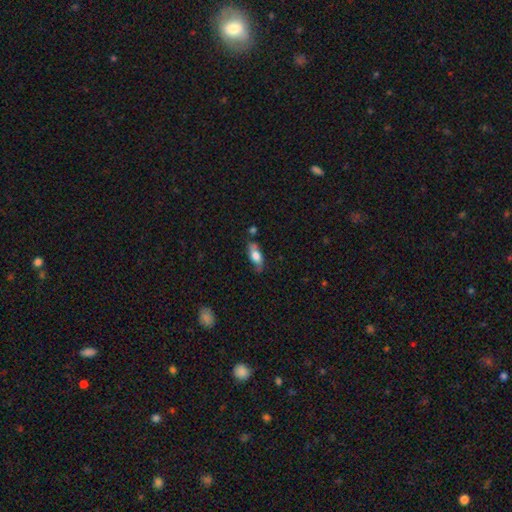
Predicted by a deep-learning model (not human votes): Morphology: type=smooth (61%); roundness=in between (71%); merging=none (70%).